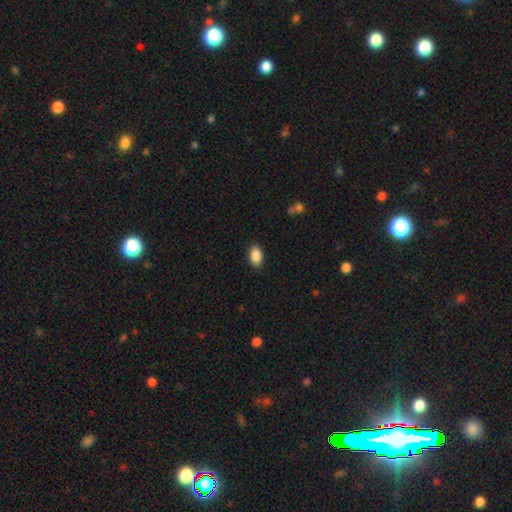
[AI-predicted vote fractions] A smooth galaxy with no disk features (89%) that is in between round and cigar-shaped (91%).

Vote fractions:
- Smooth or featured? smooth: 89% / star or artifact: 7% / featured or disk: 4%
- How rounded? in between: 91% / round: 8% / cigar-shaped: 2%
- Merging? none: 88% / minor disturbance: 9% / major disturbance: 2% / merger: 1%